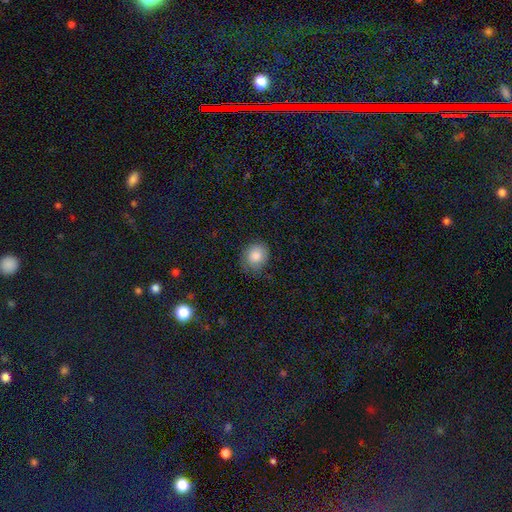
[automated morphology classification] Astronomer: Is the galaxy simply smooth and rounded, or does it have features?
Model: smooth — 81%.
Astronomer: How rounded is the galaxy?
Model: round — 73%.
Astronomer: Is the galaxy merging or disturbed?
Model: none — 70%.